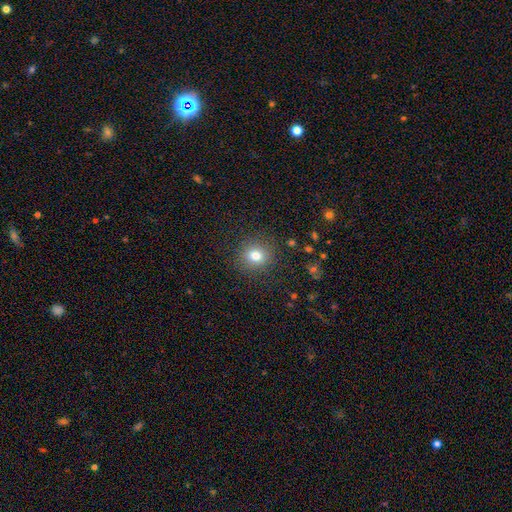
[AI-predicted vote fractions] smooth 79%, star or artifact 13%, featured or disk 8%. Down the decision tree: how rounded — round (79%); merging — none (87%).